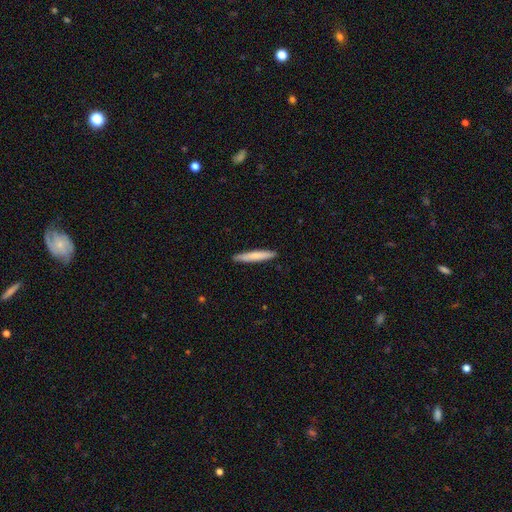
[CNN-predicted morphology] Smooth or featured?
  - smooth: 75% *
  - featured or disk: 20%
  - star or artifact: 5%
How rounded?
  - cigar-shaped: 94% *
  - in between: 4%
  - round: 1%
Merging?
  - none: 91% *
  - minor disturbance: 7%
  - major disturbance: 1%
  - merger: 1%